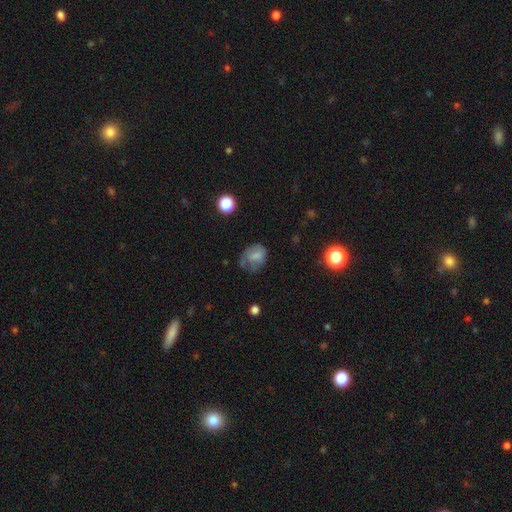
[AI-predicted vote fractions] Overall: smooth (65%). How rounded: in between (50%; round 49%). Merging: none (42%; minor disturbance 31%).